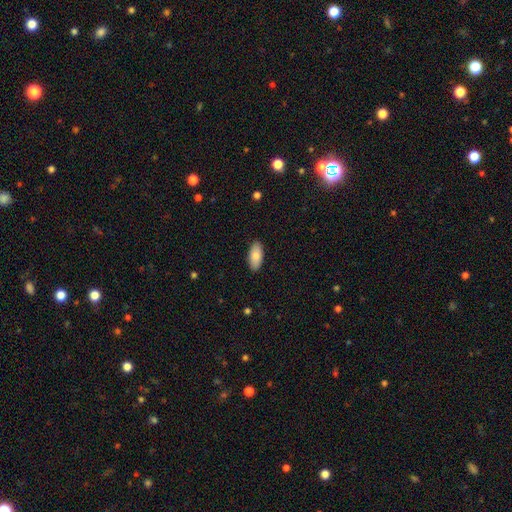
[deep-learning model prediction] Smooth or featured? smooth (87%)
How rounded? in between (91%)
Merging? none (89%)